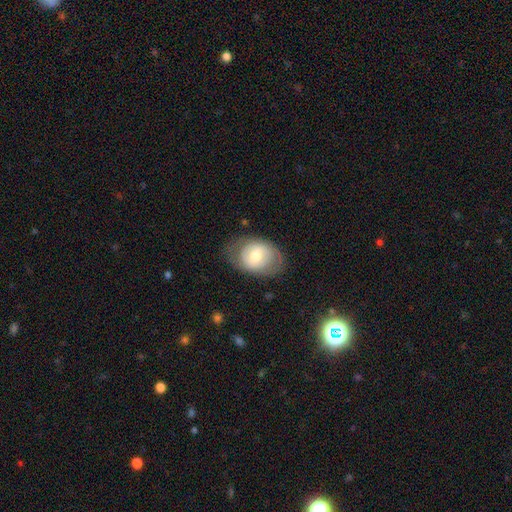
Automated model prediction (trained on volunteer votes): smooth 58%, featured or disk 35%, star or artifact 7%. Down the decision tree: how rounded — in between (73%); merging — none (68%).